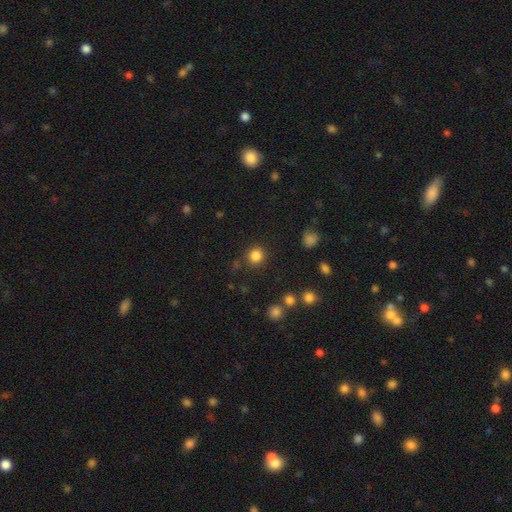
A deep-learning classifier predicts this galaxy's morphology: This is clearly a smooth galaxy (83%). How rounded: clearly round (89%). Merging: clearly none (86%).